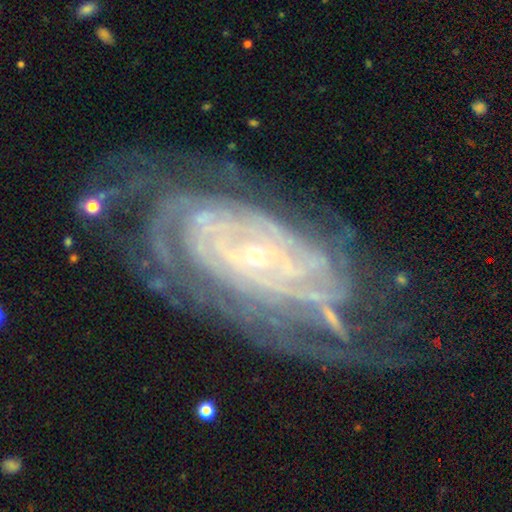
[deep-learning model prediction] The model was most divided on "spiral arm count": can't tell: 31%, more than 4: 21%, 4: 20%, 3: 12%, 2: 11%, 1: 7%. More confident: spiral arms — yes (97%); edge-on disk — no (95%); smooth or featured — featured or disk (89%); bulge size — small (83%); spiral winding — tight (80%); bar — no (66%); merging — none (63%).